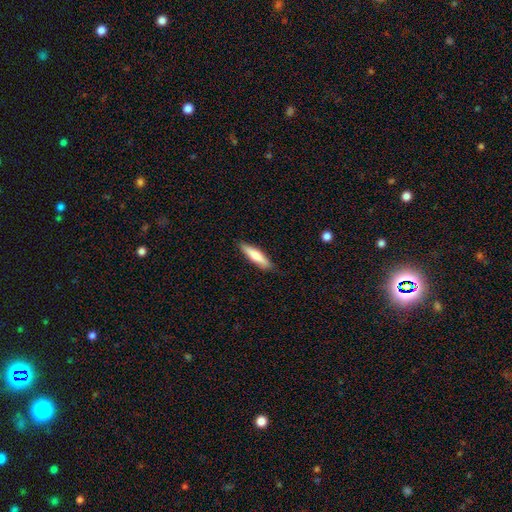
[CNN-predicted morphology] Smooth or featured?
  - smooth: 75% *
  - featured or disk: 20%
  - star or artifact: 5%
How rounded?
  - cigar-shaped: 76% *
  - in between: 23%
  - round: 1%
Merging?
  - none: 86% *
  - minor disturbance: 11%
  - major disturbance: 2%
  - merger: 1%